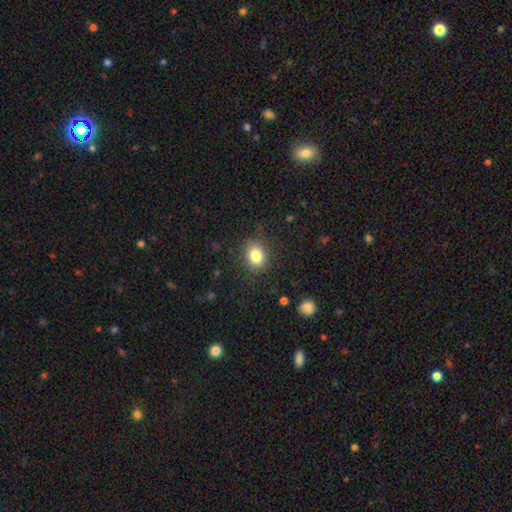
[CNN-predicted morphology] type=smooth (82%); roundness=in between (51%); merging=none (83%).